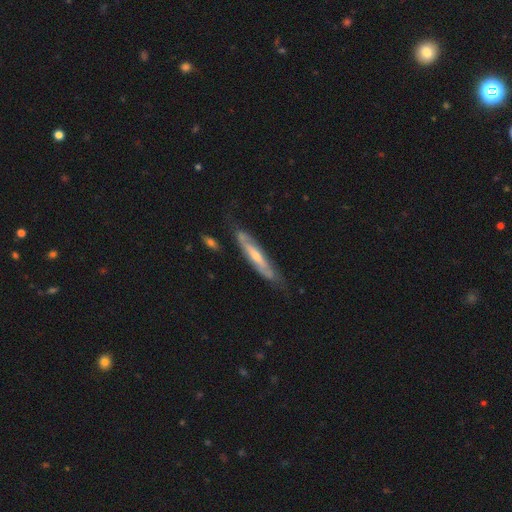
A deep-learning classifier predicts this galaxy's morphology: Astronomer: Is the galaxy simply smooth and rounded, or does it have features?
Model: featured or disk — 71%.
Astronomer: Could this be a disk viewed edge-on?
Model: yes — 54% (runner-up: no, 46%).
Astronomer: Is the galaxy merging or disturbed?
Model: none — 68%.